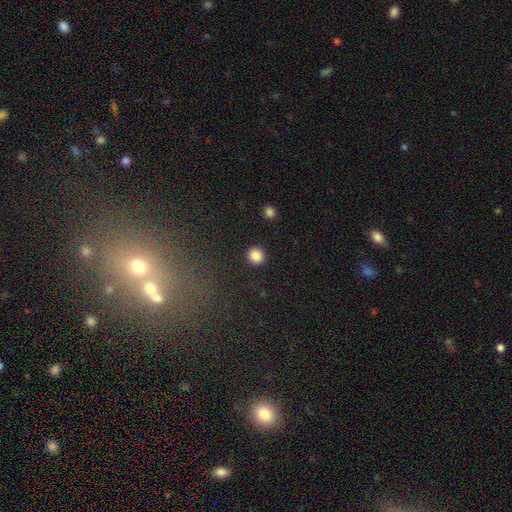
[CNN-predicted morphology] smooth_or_featured: smooth (p=0.86) [alt: star or artifact p=0.11]
how_rounded: round (p=0.92) [alt: in between p=0.07]
merging: none (p=0.92) [alt: minor disturbance p=0.05]